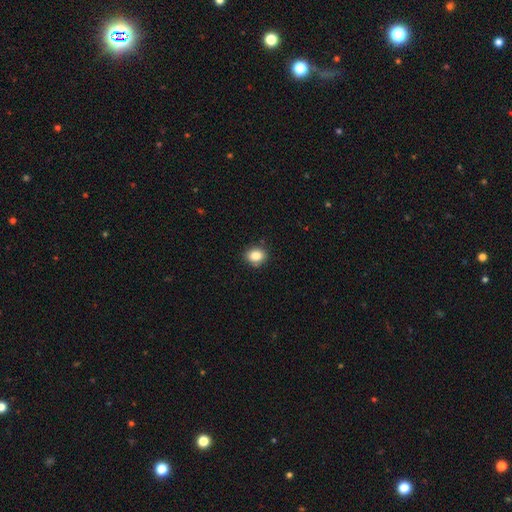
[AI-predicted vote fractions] Q: Smooth or featured?
A: smooth (84%); runner-up: star or artifact (10%)
Q: How rounded?
A: round (59%); runner-up: in between (40%)
Q: Merging?
A: none (86%); runner-up: minor disturbance (10%)